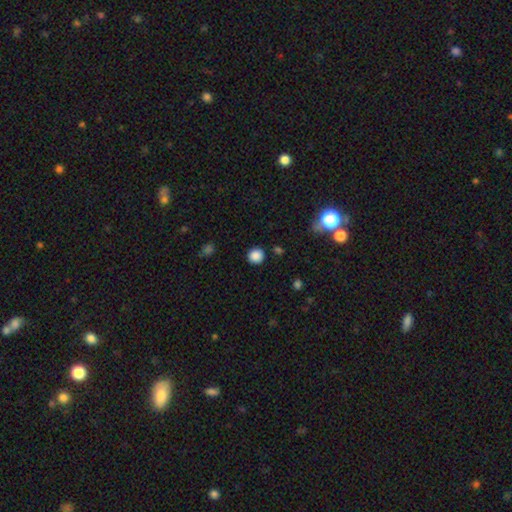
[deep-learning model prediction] Smooth or featured? smooth (86%)
How rounded? round (93%)
Merging? none (90%)